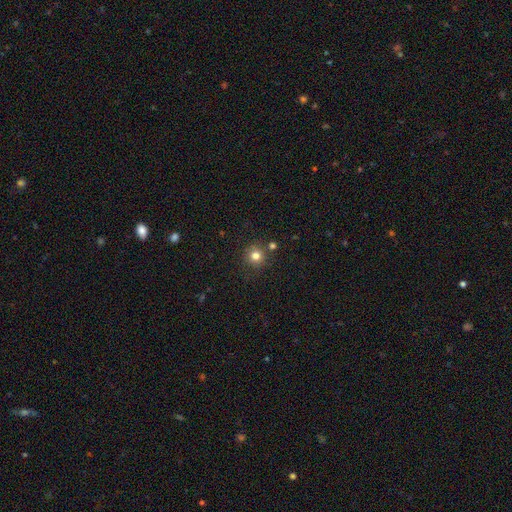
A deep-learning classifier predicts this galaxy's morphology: Smooth or featured? Predicted: smooth (p=0.79). How rounded? Predicted: round (p=0.93). Merging? Predicted: none (p=0.81).